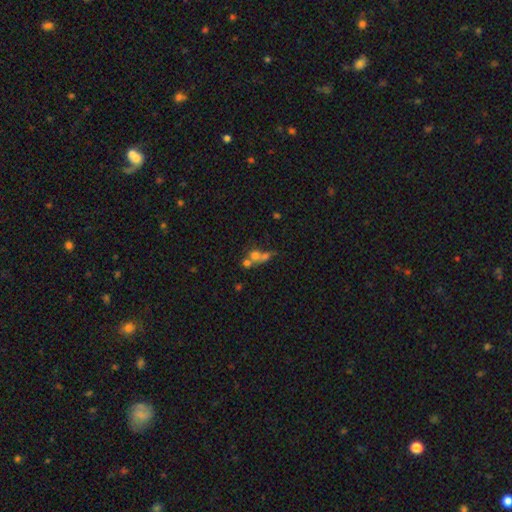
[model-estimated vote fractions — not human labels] This appears to be a smooth galaxy with no disk features (56%) that is round (75%). Merging: merger (59%).